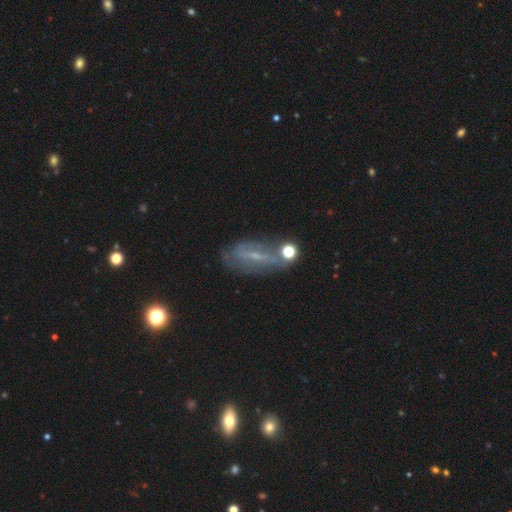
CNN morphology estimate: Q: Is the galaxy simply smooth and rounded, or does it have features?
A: featured or disk — 62%.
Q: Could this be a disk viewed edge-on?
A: no — 75%.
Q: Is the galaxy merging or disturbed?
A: none — 58%.